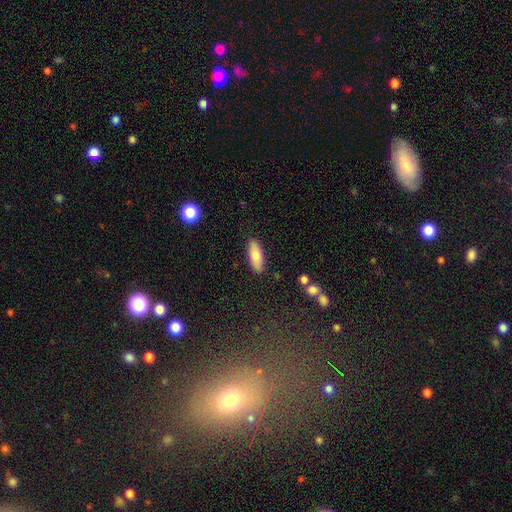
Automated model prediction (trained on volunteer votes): Smooth or featured: smooth — 77% (featured or disk — 17%)
How rounded: in between — 74% (cigar-shaped — 24%)
Merging: none — 87% (minor disturbance — 9%)